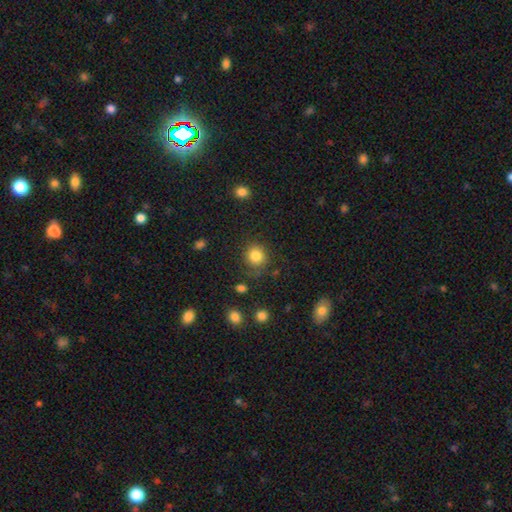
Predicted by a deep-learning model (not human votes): Smooth or featured: smooth — 83% (star or artifact — 10%)
How rounded: round — 86% (in between — 13%)
Merging: none — 78% (minor disturbance — 13%)